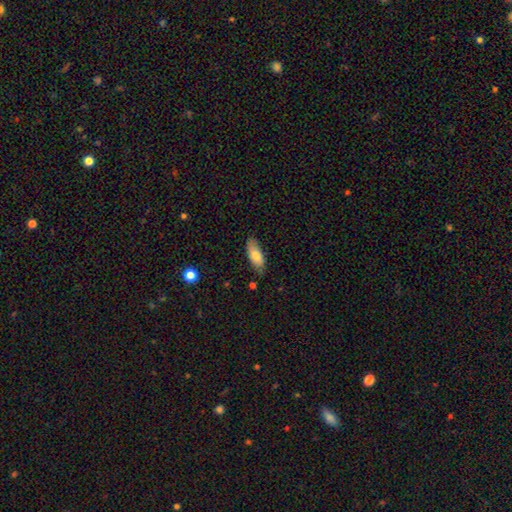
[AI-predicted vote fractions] smooth_or_featured: smooth (p=0.78) [alt: featured or disk p=0.16]
how_rounded: in between (p=0.79) [alt: cigar-shaped p=0.19]
merging: none (p=0.78) [alt: minor disturbance p=0.18]